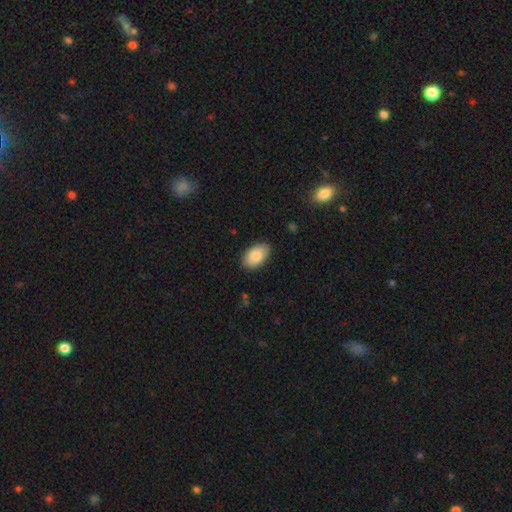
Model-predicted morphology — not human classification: smooth_or_featured: smooth (p=0.84) [alt: featured or disk p=0.10]
how_rounded: in between (p=0.93) [alt: round p=0.05]
merging: none (p=0.88) [alt: minor disturbance p=0.09]